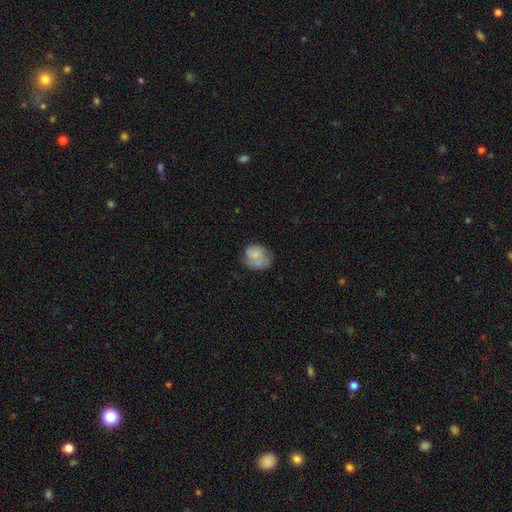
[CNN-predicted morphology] A smooth galaxy with no disk features (53%) that is round (59%).

Vote fractions:
- Smooth or featured? smooth: 53% / featured or disk: 39% / star or artifact: 8%
- How rounded? round: 59% / in between: 40% / cigar-shaped: 1%
- Merging? none: 54% / minor disturbance: 28% / major disturbance: 16% / merger: 2%